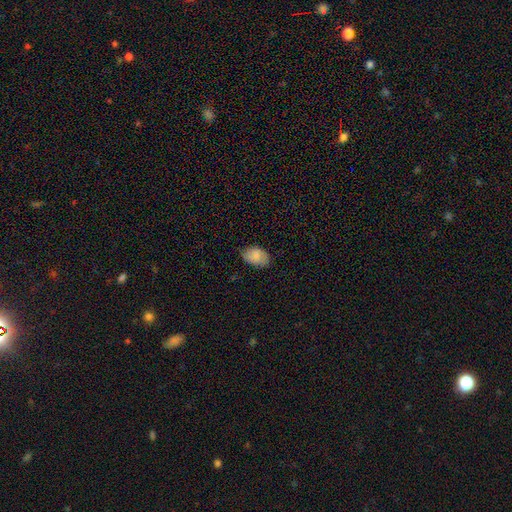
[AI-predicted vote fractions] A smooth galaxy with no disk features (85%) that is in between round and cigar-shaped (91%). Merging: none (78%).